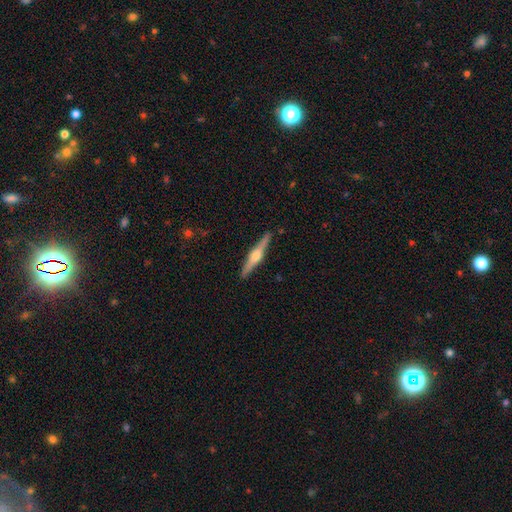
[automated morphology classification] This appears to be a featured or disk galaxy (75%) viewed edge-on (98%) with a rounded central bulge (92%). Merging: none (91%).